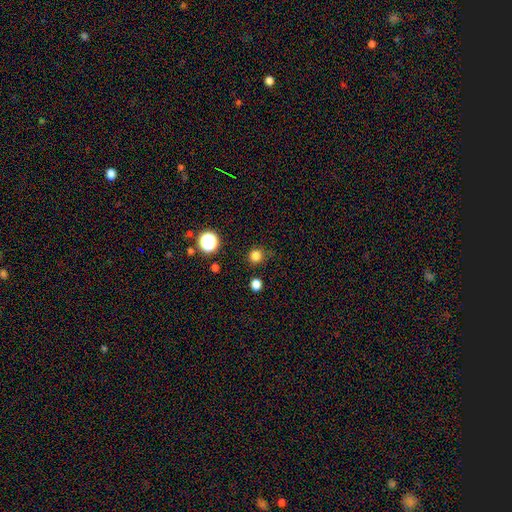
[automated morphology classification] Smooth or featured? Predicted: smooth (p=0.80). How rounded? Predicted: round (p=0.92). Merging? Predicted: none (p=0.81).